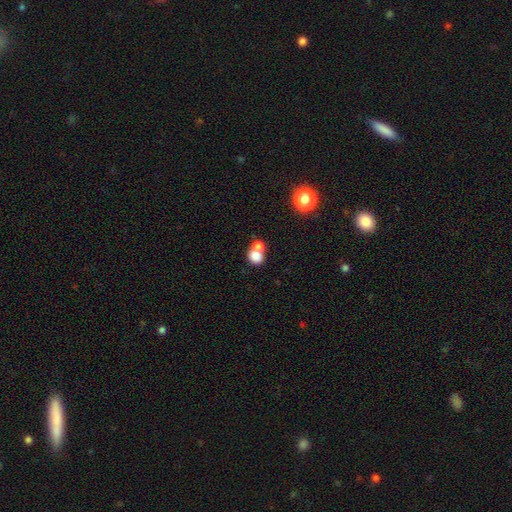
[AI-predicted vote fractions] Smooth or featured?
  - smooth: 78% *
  - star or artifact: 11%
  - featured or disk: 11%
How rounded?
  - round: 70% *
  - in between: 29%
  - cigar-shaped: 1%
Merging?
  - merger: 55% *
  - none: 35%
  - minor disturbance: 7%
  - major disturbance: 4%